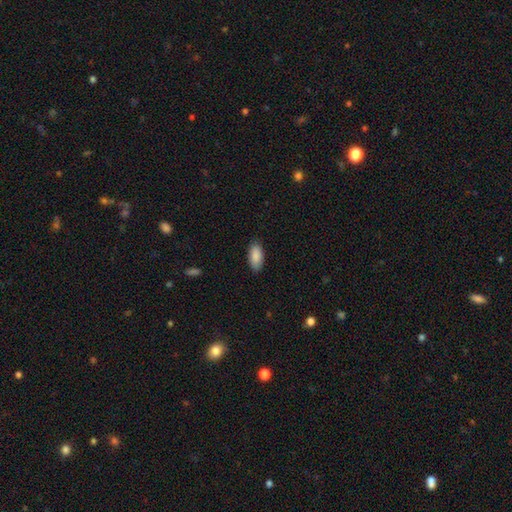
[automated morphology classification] A smooth galaxy with no disk features (89%) that is in between round and cigar-shaped (91%). Merging: none (87%).